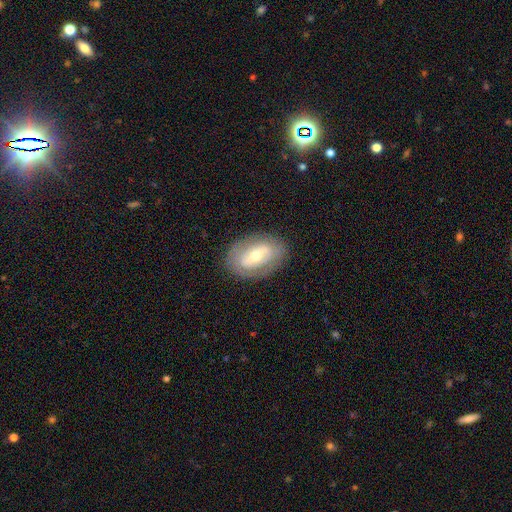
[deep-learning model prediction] Overall: featured or disk (55%; smooth 38%). Edge-on disk: no (91%). Bar: no (38%; weak 34%). Spiral arms: no (64%; yes 36%). Bulge size: moderate (57%; small 35%). Merging: none (81%).